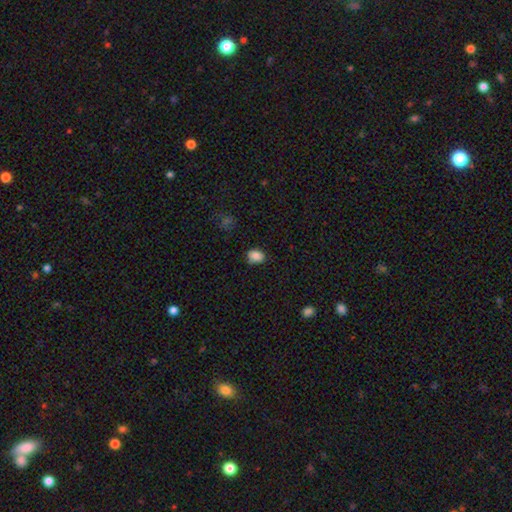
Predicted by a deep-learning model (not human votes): Morphology: type=smooth (85%); roundness=in between (59%); merging=none (77%).